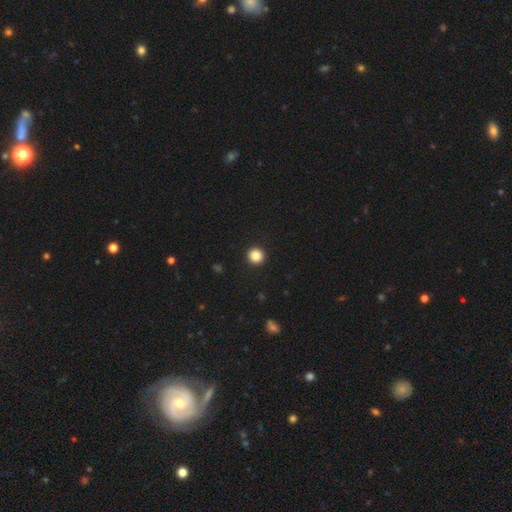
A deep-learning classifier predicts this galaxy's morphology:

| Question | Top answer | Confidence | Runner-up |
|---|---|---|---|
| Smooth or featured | smooth | 85% | star or artifact (10%) |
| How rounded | round | 95% | in between (4%) |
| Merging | none | 94% | minor disturbance (4%) |